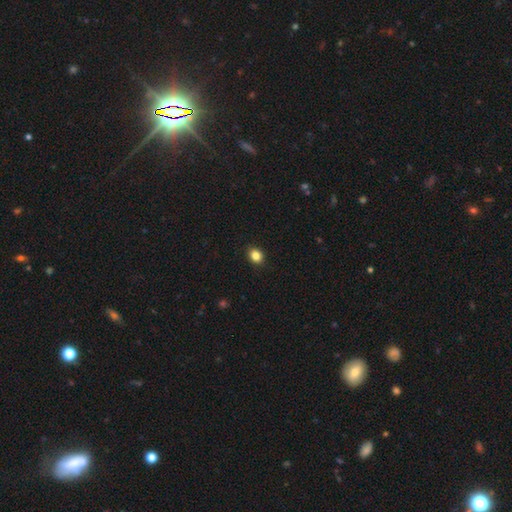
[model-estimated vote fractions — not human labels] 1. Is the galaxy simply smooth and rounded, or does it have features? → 85% smooth, 11% star or artifact, 5% featured or disk.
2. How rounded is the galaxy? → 52% round, 47% in between, 1% cigar-shaped.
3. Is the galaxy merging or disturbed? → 91% none, 6% minor disturbance, 2% major disturbance, 1% merger.